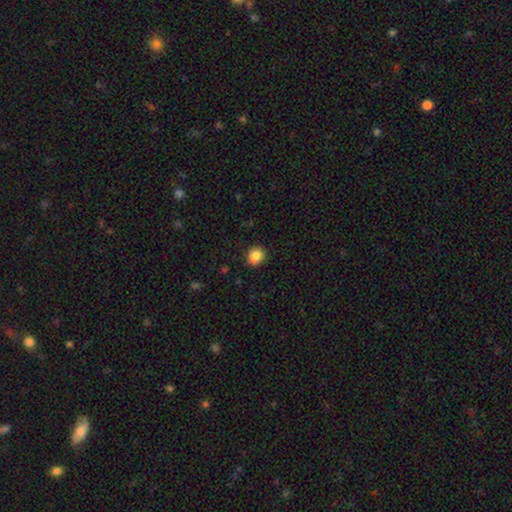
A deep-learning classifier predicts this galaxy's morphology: type=smooth (85%); roundness=round (77%); merging=none (84%).